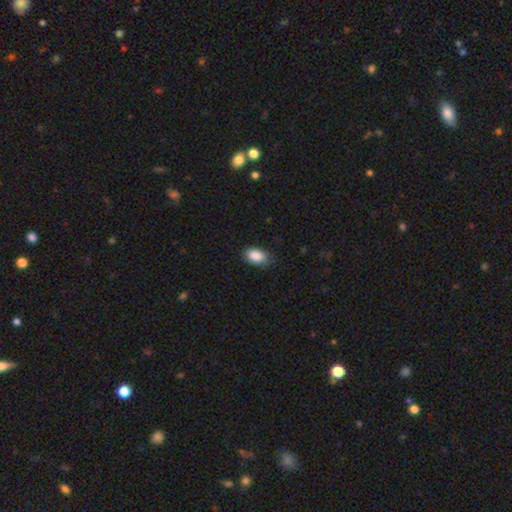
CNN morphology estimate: smooth 88%, star or artifact 7%, featured or disk 4%. Down the decision tree: how rounded — in between (91%); merging — none (79%).